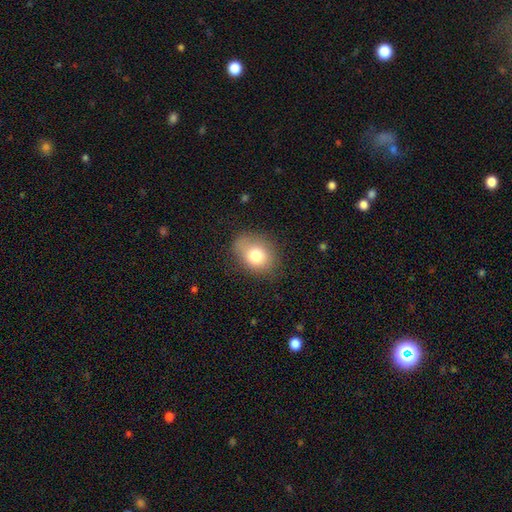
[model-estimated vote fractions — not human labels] Morphology: type=smooth (77%); roundness=in between (56%); merging=none (71%).